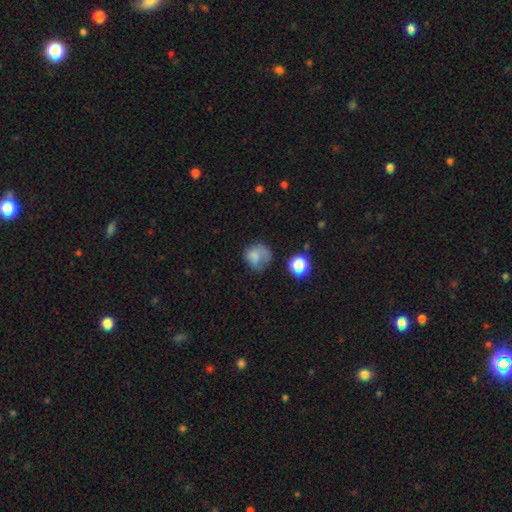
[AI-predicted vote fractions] Overall: smooth (71%). How rounded: round (71%). Merging: none (40%; minor disturbance 28%).